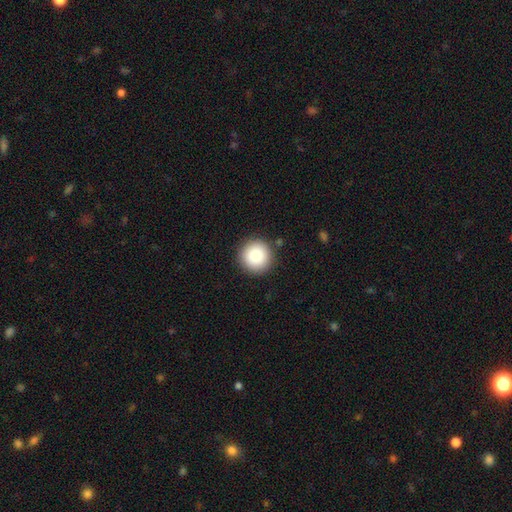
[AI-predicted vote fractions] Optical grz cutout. It shows a smooth galaxy with no disk features (87%) that is round (96%). Merging: none (90%).